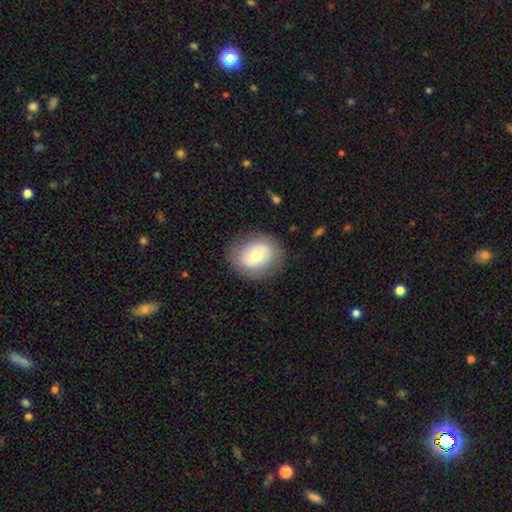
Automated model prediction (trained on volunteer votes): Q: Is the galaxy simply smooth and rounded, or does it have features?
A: smooth — 67%.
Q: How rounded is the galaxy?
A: round — 59%.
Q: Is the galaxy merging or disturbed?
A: none — 82%.